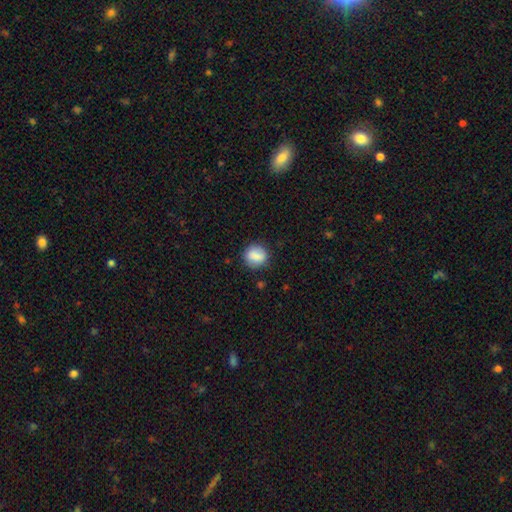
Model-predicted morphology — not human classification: The model was most divided on "how rounded": round: 75%, in between: 24%, cigar-shaped: 1%. More confident: smooth or featured — smooth (84%); merging — none (83%).